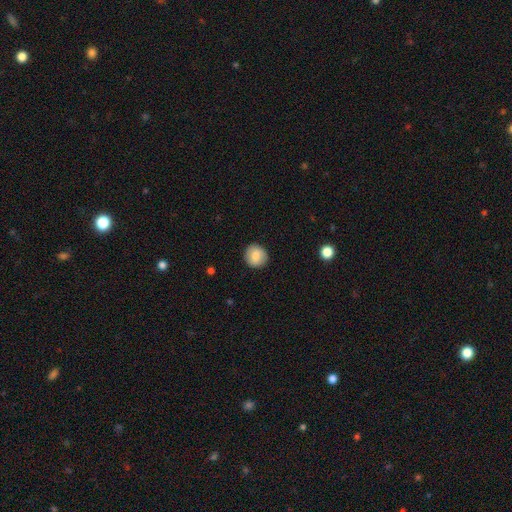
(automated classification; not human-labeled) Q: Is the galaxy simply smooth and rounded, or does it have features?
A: smooth — 85%.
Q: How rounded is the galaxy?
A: round — 90%.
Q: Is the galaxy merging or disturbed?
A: none — 90%.